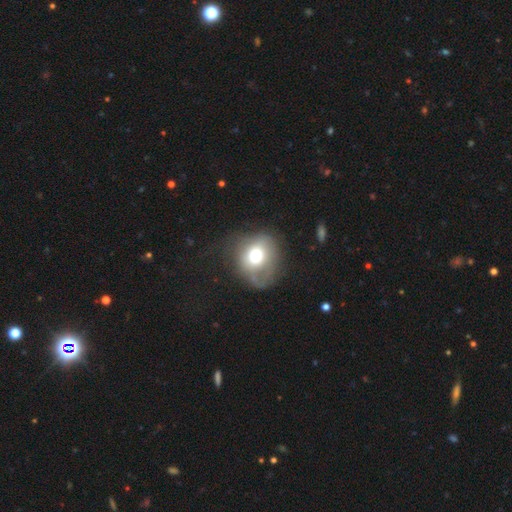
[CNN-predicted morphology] A smooth galaxy with no disk features (62%) that is round (70%).

Vote fractions:
- Smooth or featured? smooth: 62% / featured or disk: 27% / star or artifact: 11%
- How rounded? round: 70% / in between: 29% / cigar-shaped: 1%
- Merging? none: 44% / minor disturbance: 28% / major disturbance: 25% / merger: 2%